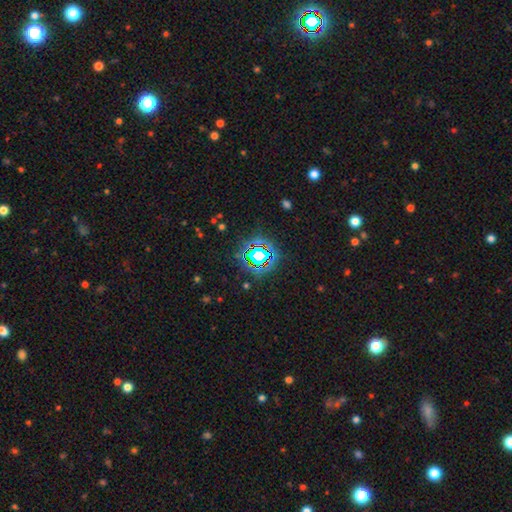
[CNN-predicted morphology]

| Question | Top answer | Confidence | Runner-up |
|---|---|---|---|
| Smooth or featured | star or artifact | 70% | smooth (18%) |